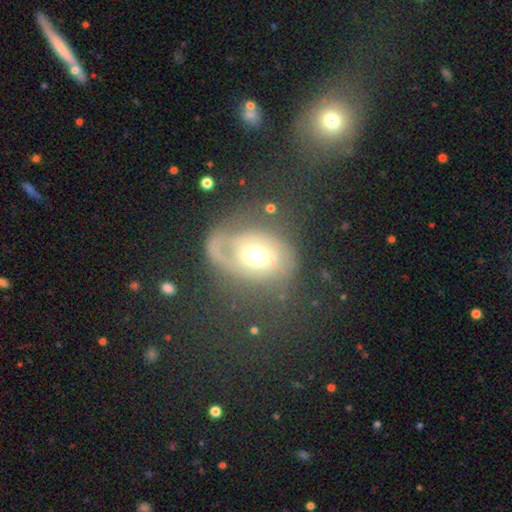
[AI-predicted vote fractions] featured or disk 74%, smooth 18%, star or artifact 9%. Down the decision tree: edge-on disk — no (97%); bar — no (58%); spiral arms — yes (84%); spiral arm count — 2 (44%); spiral winding — medium (40%); bulge size — moderate (69%); merging — none (47%).